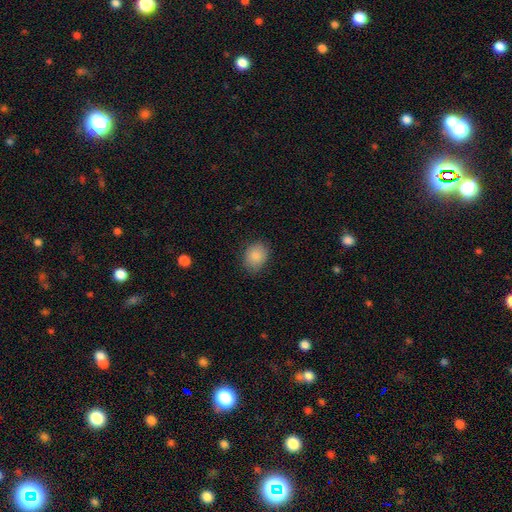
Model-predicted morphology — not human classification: type=smooth (88%); roundness=round (52%); merging=none (82%).